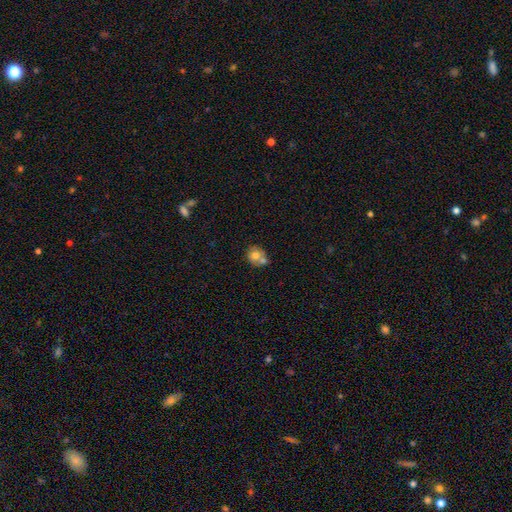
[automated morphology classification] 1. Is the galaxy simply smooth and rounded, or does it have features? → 71% smooth, 20% featured or disk, 9% star or artifact.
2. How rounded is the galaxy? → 77% round, 22% in between, 1% cigar-shaped.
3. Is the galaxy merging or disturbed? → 47% merger, 38% none, 11% minor disturbance, 4% major disturbance.